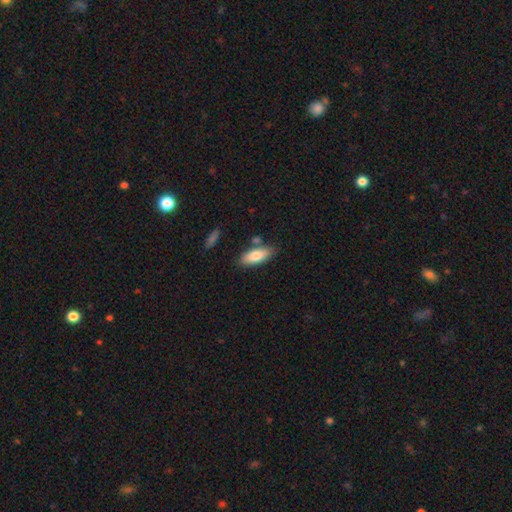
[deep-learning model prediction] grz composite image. It shows a smooth galaxy with no disk features (79%) that is in between round and cigar-shaped (79%). Merging: none (76%).